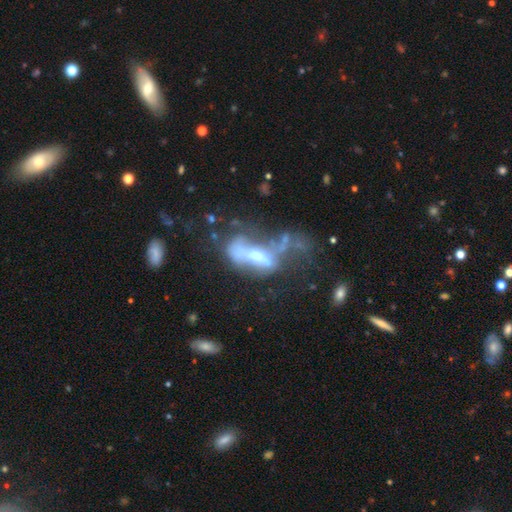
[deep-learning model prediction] Smooth or featured?
  - featured or disk: 59% *
  - smooth: 28%
  - star or artifact: 13%
Edge-on disk?
  - no: 85% *
  - yes: 15%
Bar?
  - no: 55% *
  - strong: 25%
  - weak: 21%
Spiral arms?
  - no: 81% *
  - yes: 19%
Bulge size?
  - moderate: 42% *
  - large: 22%
  - small: 16%
  - none: 15%
  - dominant: 5%
Merging?
  - major disturbance: 43% *
  - merger: 29%
  - none: 16%
  - minor disturbance: 12%